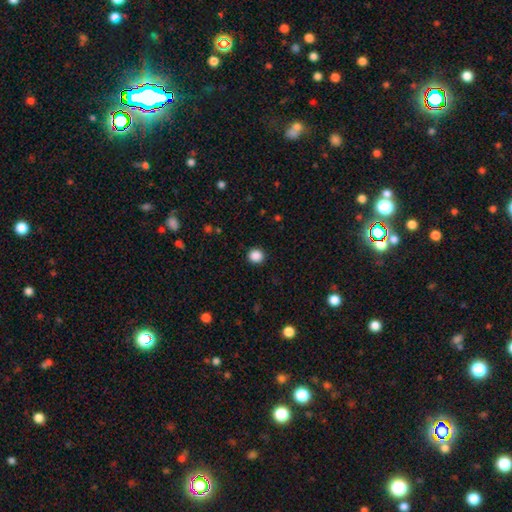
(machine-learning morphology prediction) This appears to be a smooth galaxy with no disk features (87%) that is round (87%). Merging: none (91%).